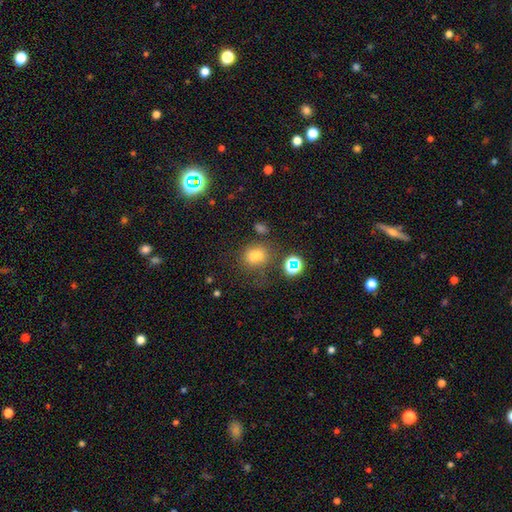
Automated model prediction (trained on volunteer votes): smooth 72%, star or artifact 18%, featured or disk 9%. Down the decision tree: how rounded — round (68%); merging — none (67%).